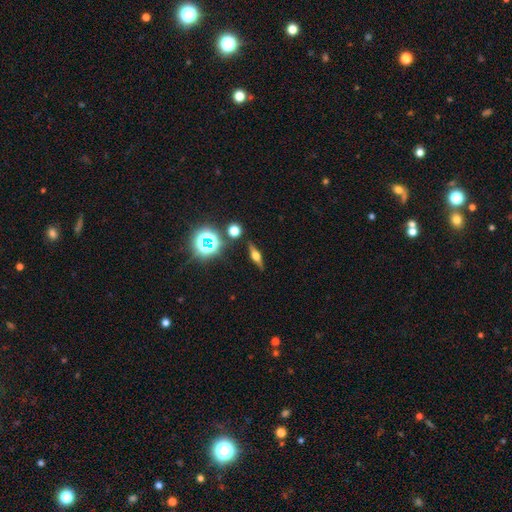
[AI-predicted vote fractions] The model was most divided on "smooth or featured": featured or disk: 60%, smooth: 26%, star or artifact: 15%. More confident: edge-on bulge — rounded (93%); edge-on disk — yes (93%); merging — none (88%).